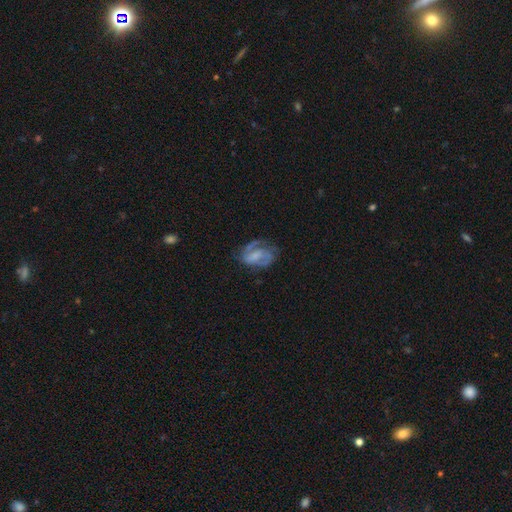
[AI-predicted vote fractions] Smooth or featured: featured or disk — 70% (smooth — 22%)
Edge-on disk: no — 97% (yes — 3%)
Bar: weak — 44% (no — 41%)
Spiral arms: yes — 85% (no — 15%)
Spiral winding: medium — 46% (tight — 34%)
Spiral arm count: 2 — 55% (can't tell — 18%)
Bulge size: small — 37% (none — 30%)
Merging: none — 51% (minor disturbance — 24%)